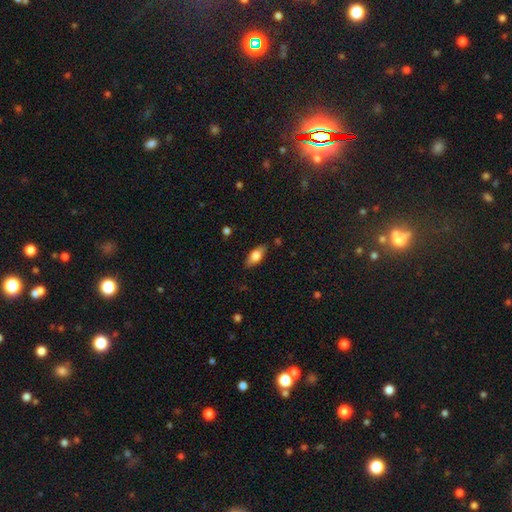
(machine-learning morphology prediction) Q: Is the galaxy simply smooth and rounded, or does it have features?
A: smooth — 70%.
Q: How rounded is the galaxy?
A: in between — 82%.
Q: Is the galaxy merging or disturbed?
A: none — 83%.